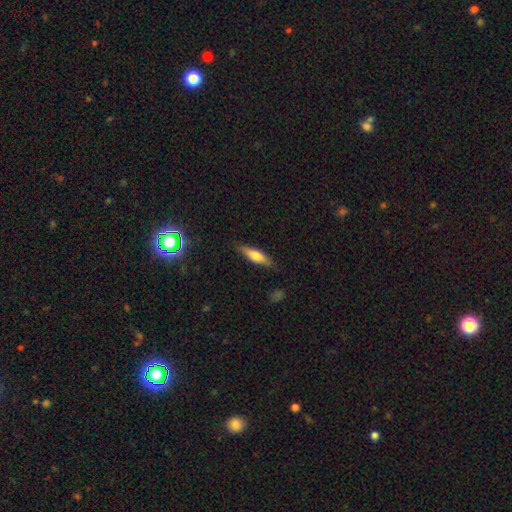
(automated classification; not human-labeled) smooth 57%, featured or disk 36%, star or artifact 7%. Down the decision tree: how rounded — cigar-shaped (69%); merging — none (85%).